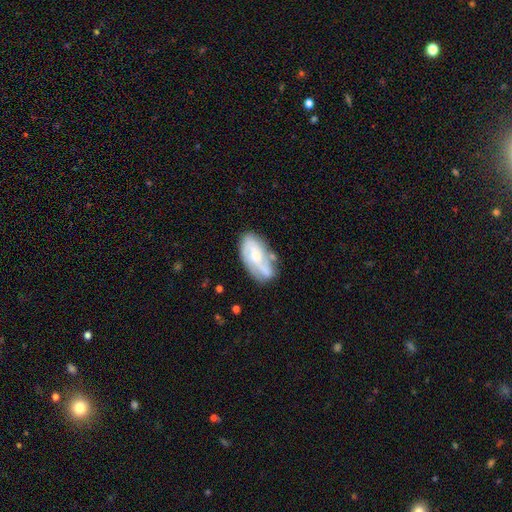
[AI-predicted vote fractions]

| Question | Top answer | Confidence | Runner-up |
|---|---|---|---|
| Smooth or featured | featured or disk | 55% | smooth (38%) |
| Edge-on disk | no | 93% | yes (7%) |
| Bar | no | 64% | weak (27%) |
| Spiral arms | yes | 68% | no (32%) |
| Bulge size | moderate | 43% | small (35%) |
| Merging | none | 54% | minor disturbance (26%) |